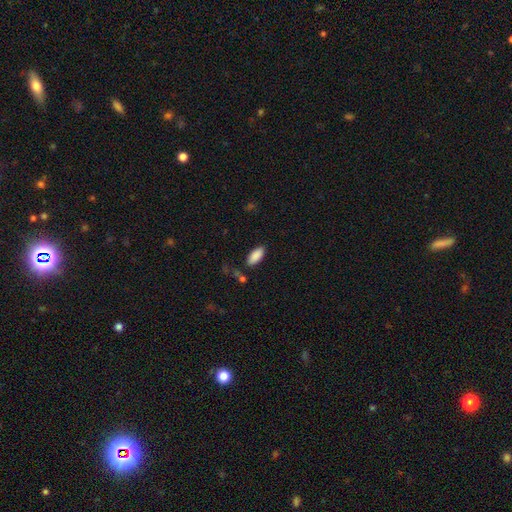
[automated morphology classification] Overall: smooth (89%). How rounded: in between (89%). Merging: none (82%).